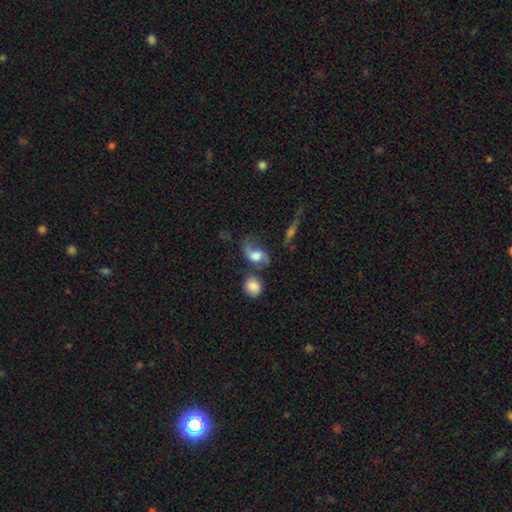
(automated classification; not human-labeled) Overall: featured or disk (59%; smooth 32%). Edge-on disk: no (95%). Bar: no (55%; weak 36%). Spiral arms: yes (88%). Bulge size: large (43%; moderate 35%). Merging: none (46%; minor disturbance 20%).